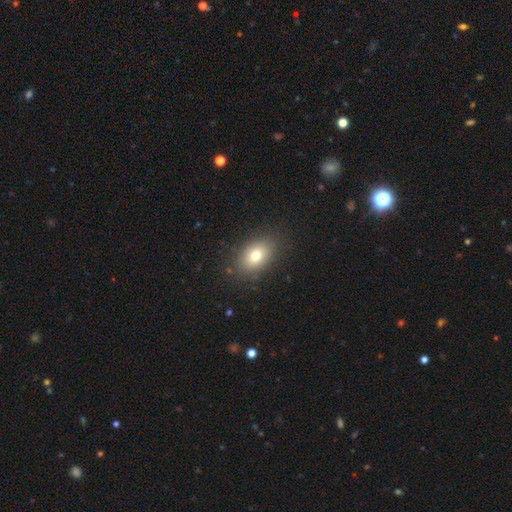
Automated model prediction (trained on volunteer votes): Q: Smooth or featured?
A: smooth (74%); runner-up: featured or disk (14%)
Q: How rounded?
A: in between (76%); runner-up: round (22%)
Q: Merging?
A: none (86%); runner-up: minor disturbance (9%)